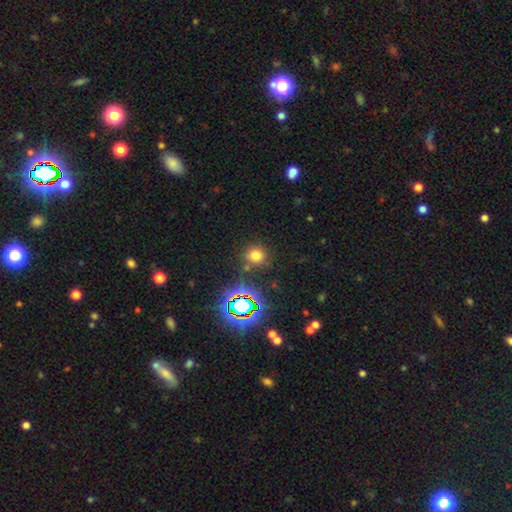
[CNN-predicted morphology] Q: Smooth or featured?
A: smooth (68%); runner-up: star or artifact (25%)
Q: How rounded?
A: round (82%); runner-up: in between (17%)
Q: Merging?
A: none (81%); runner-up: minor disturbance (10%)